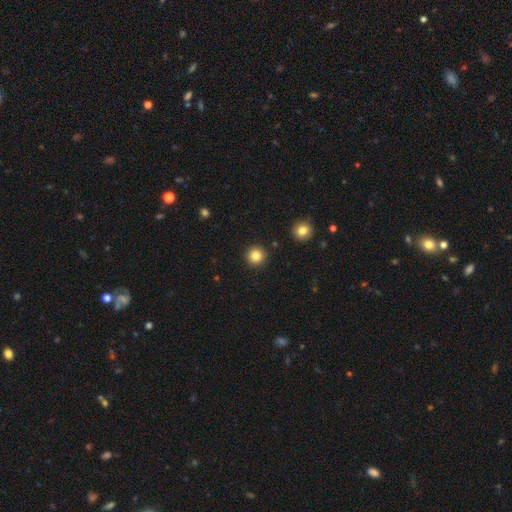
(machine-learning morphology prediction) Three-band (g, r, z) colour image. It shows a smooth galaxy with no disk features (84%) that is round (95%). Merging: none (91%).